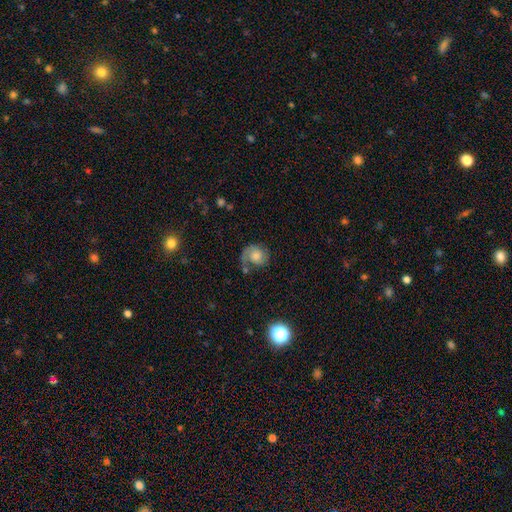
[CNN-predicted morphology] This appears to be a featured or disk galaxy (53%) with no bar (74%), spiral arms (87%) and a moderate central bulge (46%). Merging: none (50%).